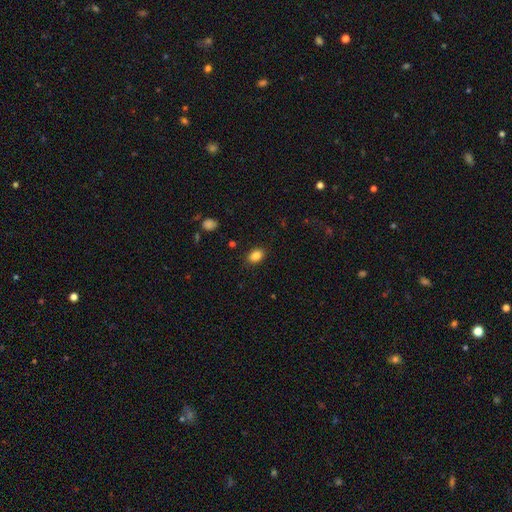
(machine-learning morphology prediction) The model was most divided on "how rounded": in between: 78%, round: 21%, cigar-shaped: 1%. More confident: merging — none (87%); smooth or featured — smooth (86%).